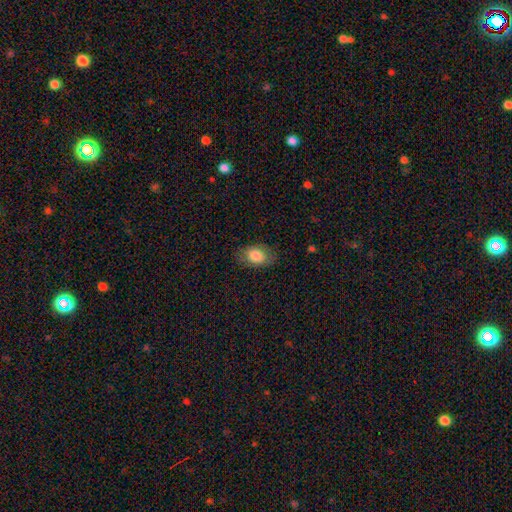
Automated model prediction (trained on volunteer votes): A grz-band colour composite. It shows a smooth galaxy with no disk features (81%) that is in between round and cigar-shaped (86%). Merging: none (78%).